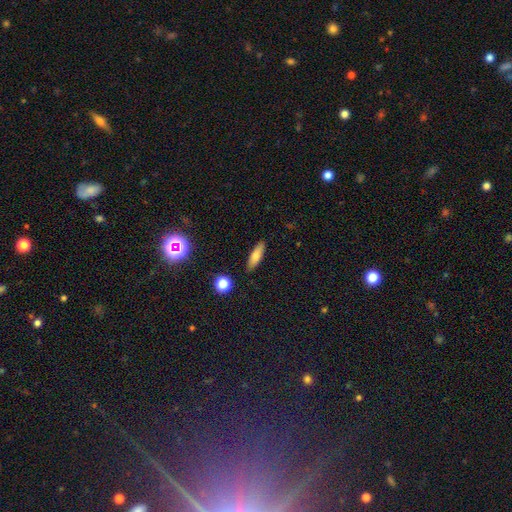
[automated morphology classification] Smooth or featured?
  - smooth: 72% *
  - featured or disk: 19%
  - star or artifact: 9%
How rounded?
  - cigar-shaped: 51% *
  - in between: 46%
  - round: 3%
Merging?
  - none: 88% *
  - minor disturbance: 8%
  - major disturbance: 2%
  - merger: 2%